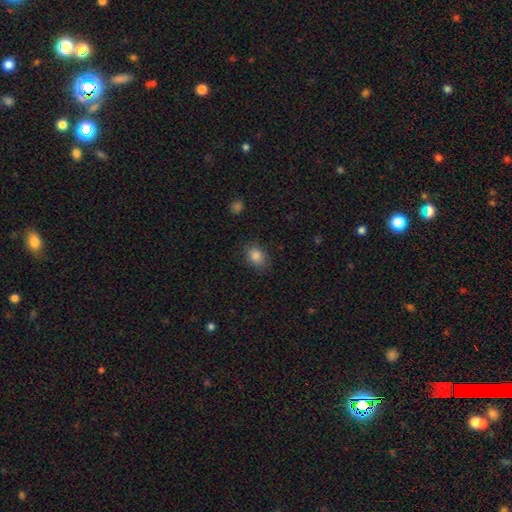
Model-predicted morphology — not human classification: smooth 84%, star or artifact 10%, featured or disk 6%. Down the decision tree: how rounded — in between (65%); merging — none (83%).